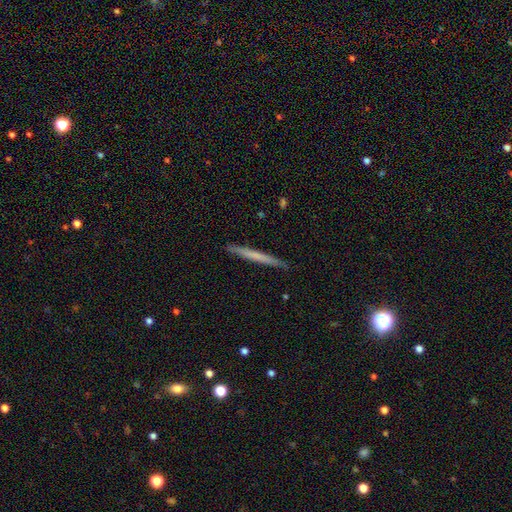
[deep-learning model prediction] This appears to be a smooth galaxy with no disk features (56%) that is cigar-shaped (97%). Merging: none (90%).